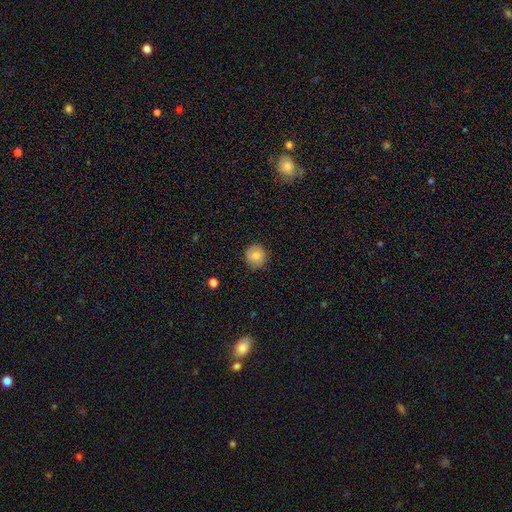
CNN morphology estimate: type=smooth (79%); roundness=round (92%); merging=none (84%).